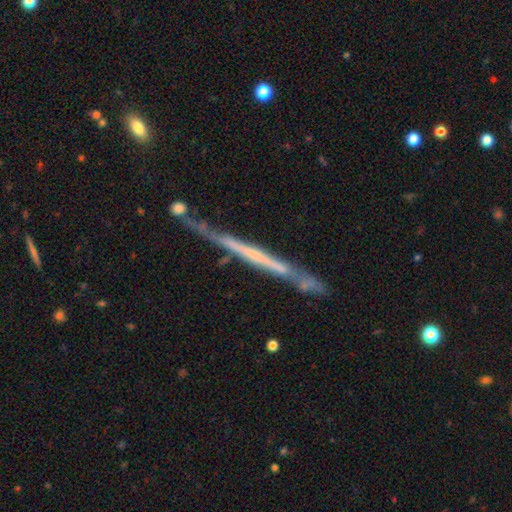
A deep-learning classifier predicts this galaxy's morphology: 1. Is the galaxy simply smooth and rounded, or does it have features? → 70% featured or disk, 23% smooth, 7% star or artifact.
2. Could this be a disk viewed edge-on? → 94% yes, 6% no.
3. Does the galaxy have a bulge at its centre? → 82% none, 9% rounded, 8% boxy.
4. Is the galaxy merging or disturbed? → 65% none, 21% minor disturbance, 8% merger, 7% major disturbance.